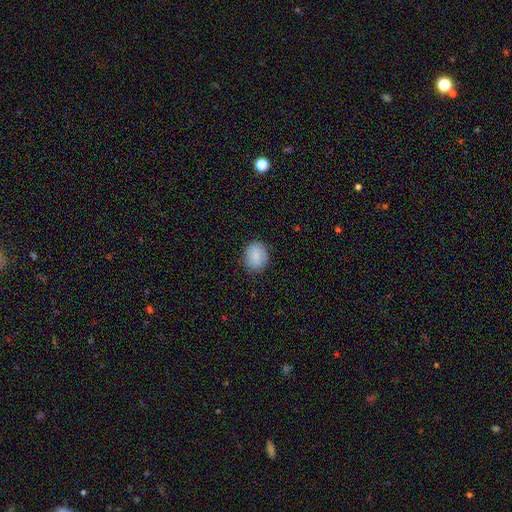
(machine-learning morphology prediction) smooth-or-featured: smooth: 85% | featured or disk: 8% | star or artifact: 8%
  how-rounded: round: 61% | in between: 38% | cigar-shaped: 1%
  merging: none: 81% | minor disturbance: 15% | major disturbance: 4% | merger: 1%